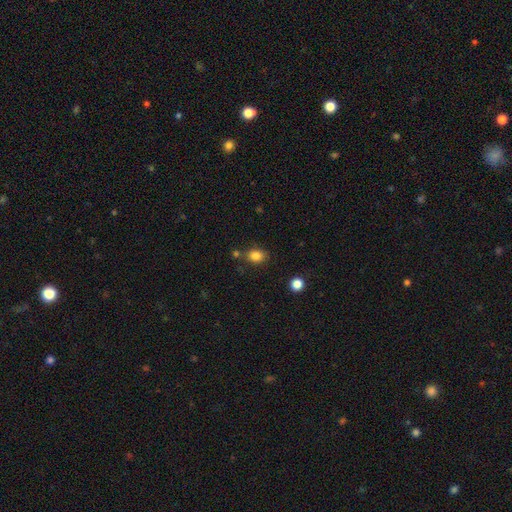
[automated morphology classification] Smooth or featured? Predicted: smooth (p=0.83). How rounded? Predicted: in between (p=0.63). Merging? Predicted: none (p=0.75).